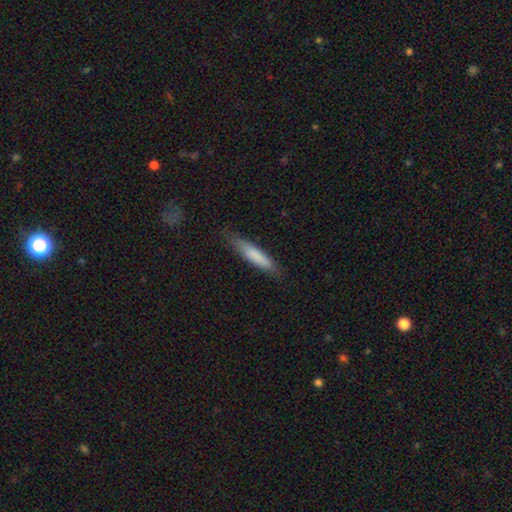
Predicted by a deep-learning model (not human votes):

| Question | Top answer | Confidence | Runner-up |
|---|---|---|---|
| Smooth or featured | smooth | 79% | featured or disk (16%) |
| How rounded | cigar-shaped | 85% | in between (13%) |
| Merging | none | 81% | minor disturbance (15%) |